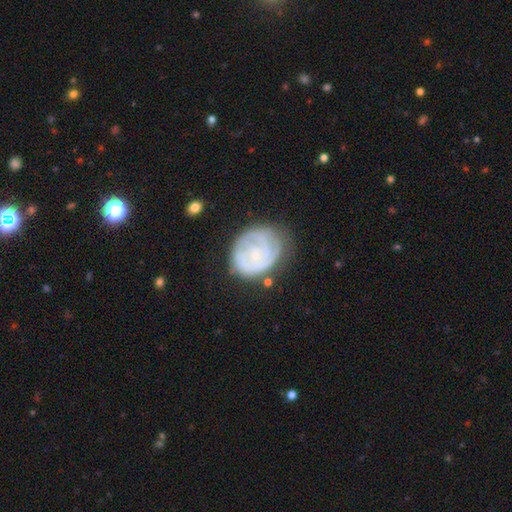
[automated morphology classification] This is likely a featured or disk galaxy (72%). It is clearly not viewed edge-on (98%). Bar: likely no (78%). Spiral arm pattern: clearly yes (84%). Spiral arm count: marginally can't tell (44%). Spiral winding: likely tight (71%). Central bulge: likely small (79%). Merging: possibly none (58%).